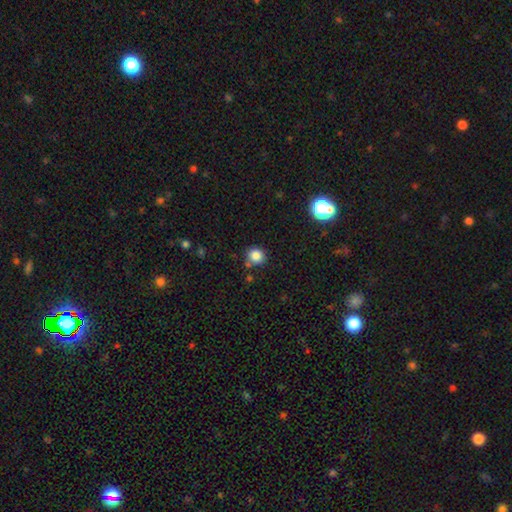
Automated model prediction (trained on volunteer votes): Smooth or featured? Predicted: smooth (p=0.84). How rounded? Predicted: round (p=0.88). Merging? Predicted: none (p=0.77).